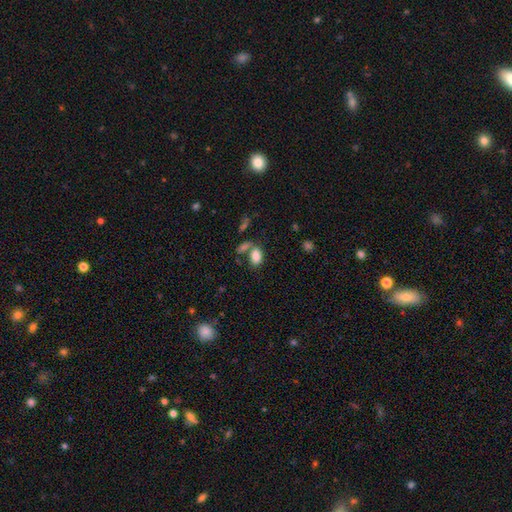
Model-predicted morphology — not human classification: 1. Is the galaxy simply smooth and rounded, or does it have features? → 84% smooth, 9% star or artifact, 7% featured or disk.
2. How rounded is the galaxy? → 89% in between, 9% round, 2% cigar-shaped.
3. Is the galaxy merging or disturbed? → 54% none, 28% merger, 13% minor disturbance, 6% major disturbance.